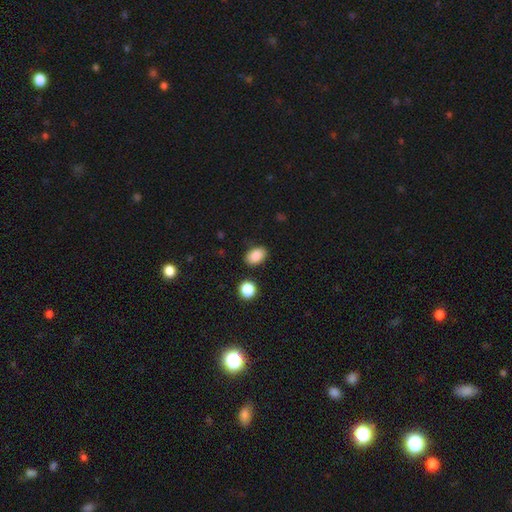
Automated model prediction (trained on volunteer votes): The model was most divided on "how rounded": in between: 86%, round: 13%, cigar-shaped: 1%. More confident: smooth or featured — smooth (86%); merging — none (86%).